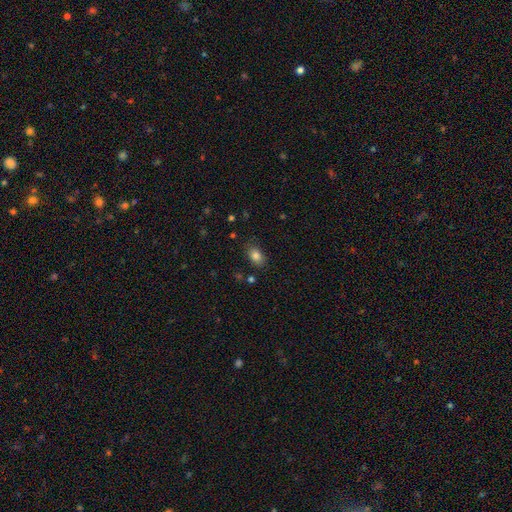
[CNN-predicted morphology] This appears to be a smooth galaxy with no disk features (83%) that is in between round and cigar-shaped (81%). Merging: none (81%).